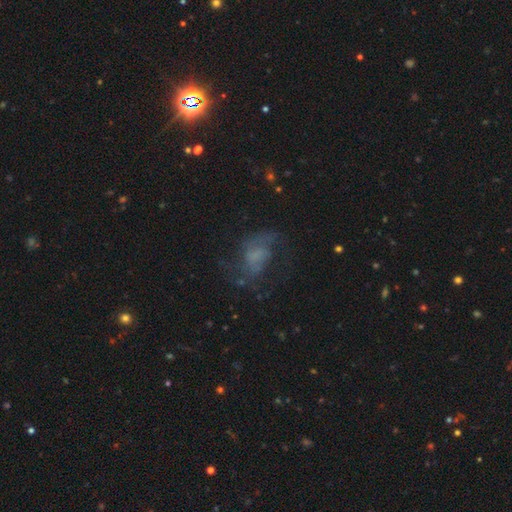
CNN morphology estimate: smooth_or_featured: featured or disk (p=0.60) [alt: smooth p=0.24]
disk_edge_on: no (p=0.97) [alt: yes p=0.03]
bar: no (p=0.58) [alt: weak p=0.34]
has_spiral_arms: yes (p=0.79) [alt: no p=0.21]
bulge_size: none (p=0.47) [alt: small p=0.22]
merging: none (p=0.54) [alt: major disturbance p=0.25]